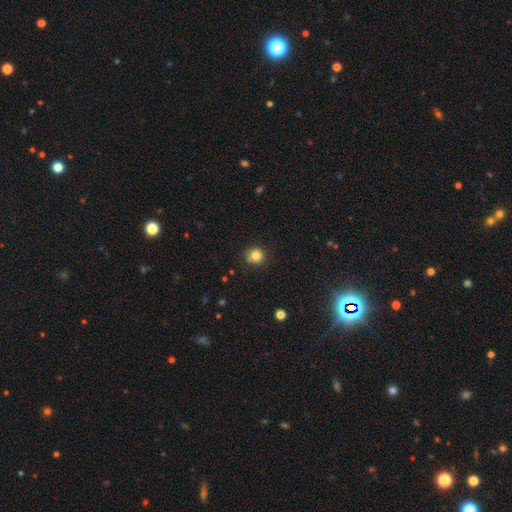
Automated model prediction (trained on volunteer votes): A smooth galaxy with no disk features (82%) that is round (91%).

Vote fractions:
- Smooth or featured? smooth: 82% / star or artifact: 12% / featured or disk: 6%
- How rounded? round: 91% / in between: 8% / cigar-shaped: 1%
- Merging? none: 84% / minor disturbance: 11% / major disturbance: 2% / merger: 2%